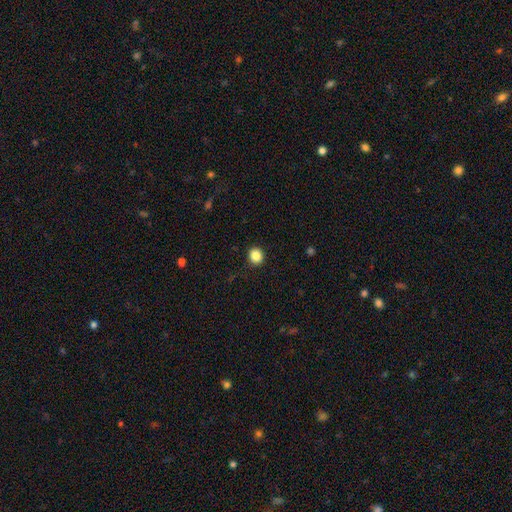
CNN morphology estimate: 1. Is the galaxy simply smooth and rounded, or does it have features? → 87% smooth, 10% star or artifact, 3% featured or disk.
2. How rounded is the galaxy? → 81% round, 18% in between, 1% cigar-shaped.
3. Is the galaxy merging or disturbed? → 91% none, 6% minor disturbance, 2% major disturbance, 1% merger.